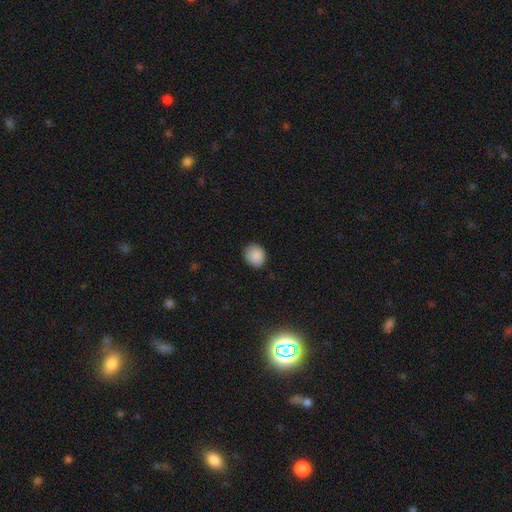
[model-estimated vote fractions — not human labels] This is clearly a smooth galaxy (88%). How rounded: likely round (71%). Merging: clearly none (84%).